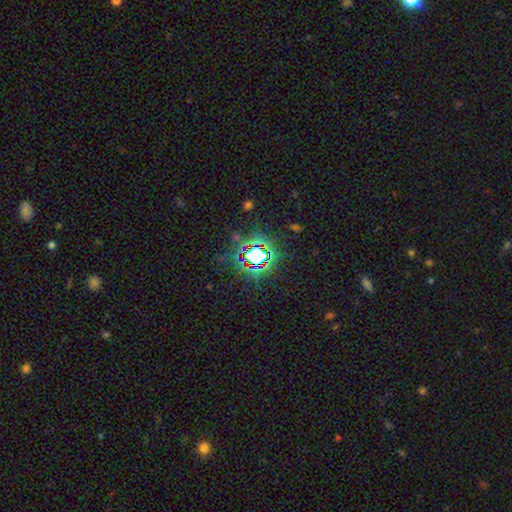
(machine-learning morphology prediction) The model was most divided on "smooth or featured": star or artifact: 74%, smooth: 16%, featured or disk: 10%.